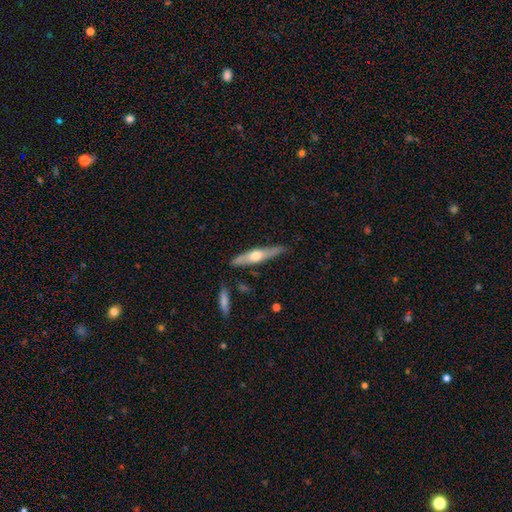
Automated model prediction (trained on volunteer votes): smooth_or_featured: featured or disk (p=0.54) [alt: smooth p=0.41]
disk_edge_on: yes (p=0.90) [alt: no p=0.10]
merging: none (p=0.82) [alt: minor disturbance p=0.13]